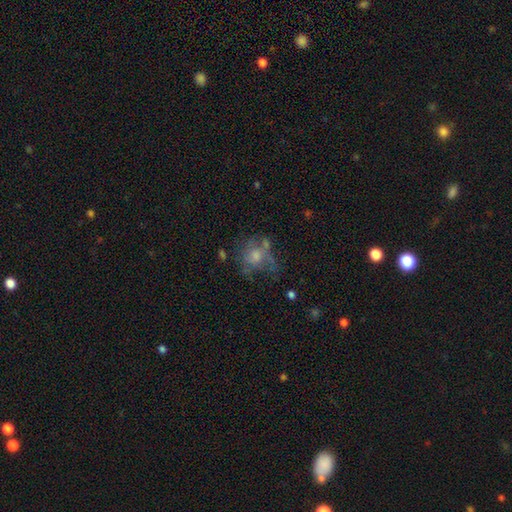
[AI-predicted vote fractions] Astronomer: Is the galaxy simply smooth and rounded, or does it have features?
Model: featured or disk — 45% (runner-up: smooth, 37%).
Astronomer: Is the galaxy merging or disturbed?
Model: none — 43% (runner-up: major disturbance, 28%).